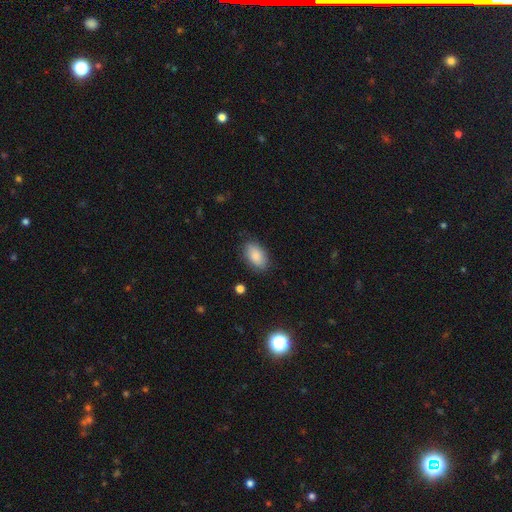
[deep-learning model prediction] Q: Smooth or featured?
A: smooth (86%); runner-up: star or artifact (7%)
Q: How rounded?
A: in between (92%); runner-up: round (6%)
Q: Merging?
A: none (81%); runner-up: minor disturbance (14%)